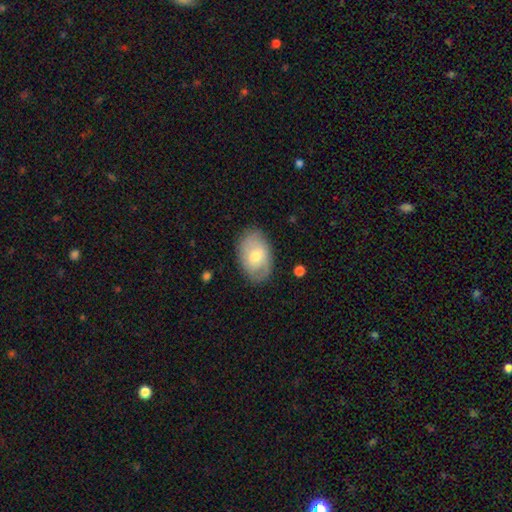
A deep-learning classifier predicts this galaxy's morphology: Smooth or featured? smooth (54%)
How rounded? in between (87%)
Merging? none (80%)